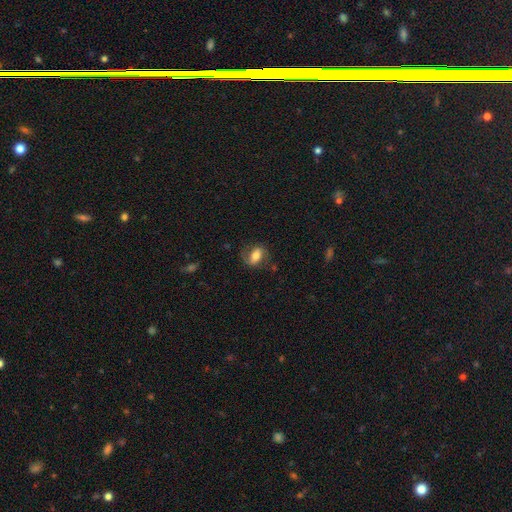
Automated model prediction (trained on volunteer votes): smooth_or_featured: featured or disk (p=0.51) [alt: smooth p=0.41]
disk_edge_on: no (p=0.94) [alt: yes p=0.06]
merging: none (p=0.66) [alt: minor disturbance p=0.20]